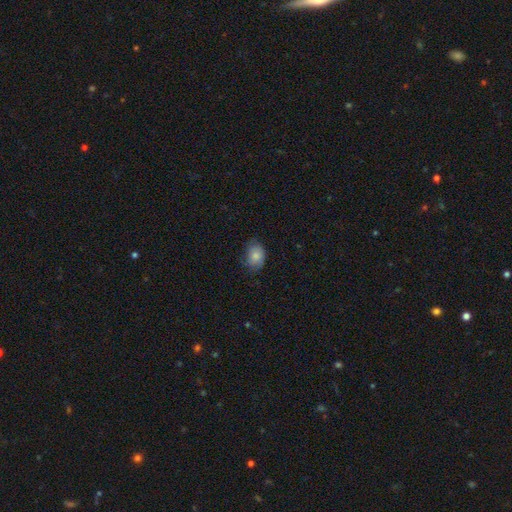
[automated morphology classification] Q: Smooth or featured?
A: smooth (83%); runner-up: featured or disk (9%)
Q: How rounded?
A: in between (71%); runner-up: round (28%)
Q: Merging?
A: none (70%); runner-up: minor disturbance (24%)